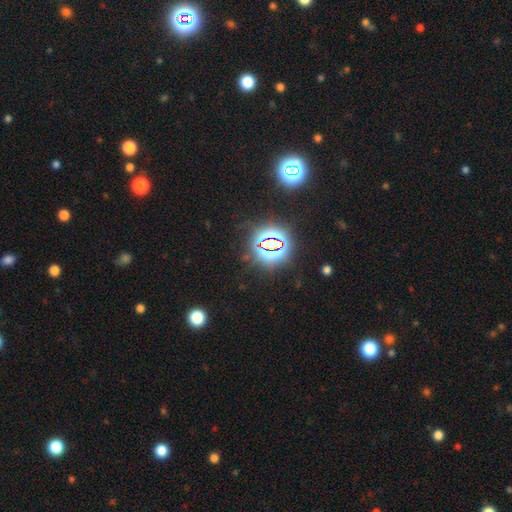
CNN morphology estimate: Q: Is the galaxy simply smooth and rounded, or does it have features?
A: star or artifact — 81%.